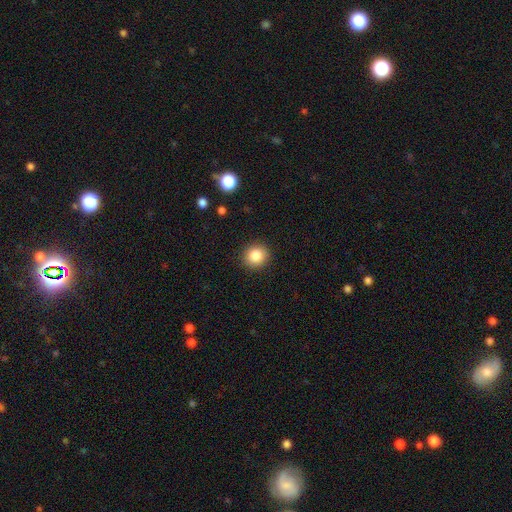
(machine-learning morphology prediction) type=smooth (85%); roundness=round (89%); merging=none (91%).